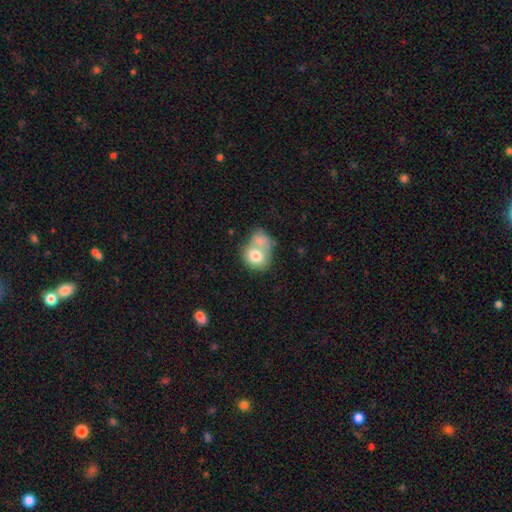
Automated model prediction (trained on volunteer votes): smooth_or_featured: smooth (p=0.75) [alt: featured or disk p=0.17]
how_rounded: round (p=0.57) [alt: in between p=0.42]
merging: merger (p=0.59) [alt: none p=0.23]